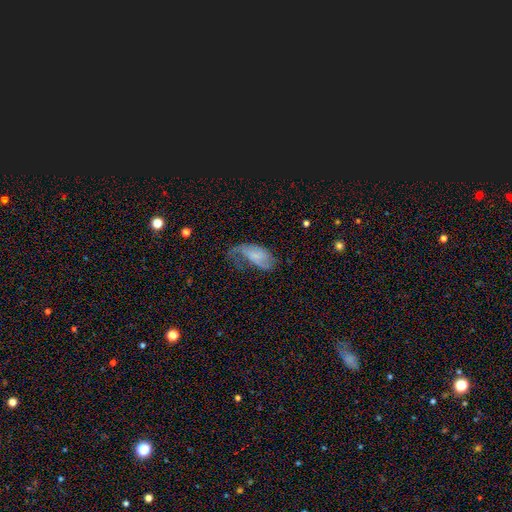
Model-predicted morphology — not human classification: featured or disk 49%, smooth 42%, star or artifact 9%. Down the decision tree: merging — major disturbance (43%).